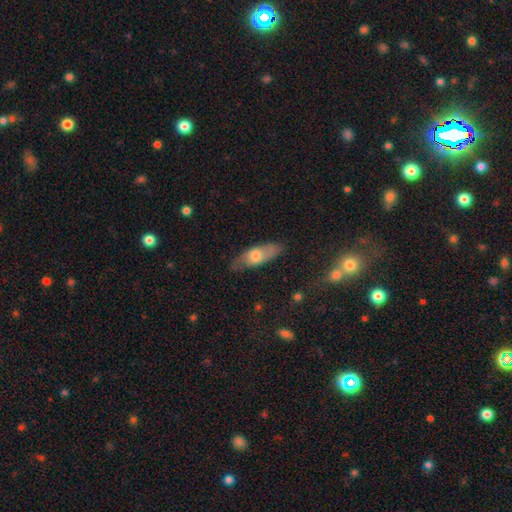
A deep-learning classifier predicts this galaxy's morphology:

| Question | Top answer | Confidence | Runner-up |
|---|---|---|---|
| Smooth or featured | smooth | 58% | featured or disk (35%) |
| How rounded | in between | 64% | cigar-shaped (33%) |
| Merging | none | 76% | minor disturbance (19%) |